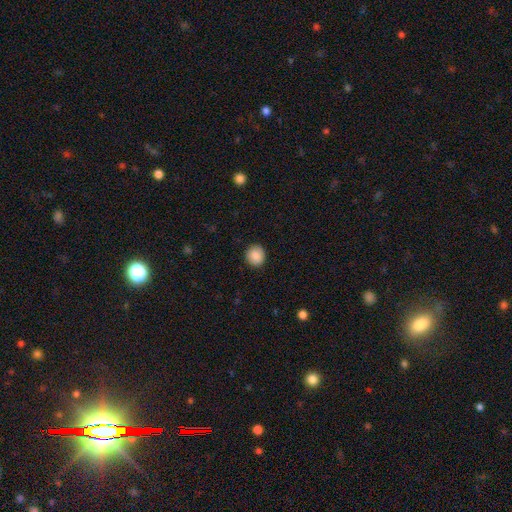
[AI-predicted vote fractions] The model was most divided on "how rounded": round: 88%, in between: 12%, cigar-shaped: 1%. More confident: merging — none (91%); smooth or featured — smooth (88%).